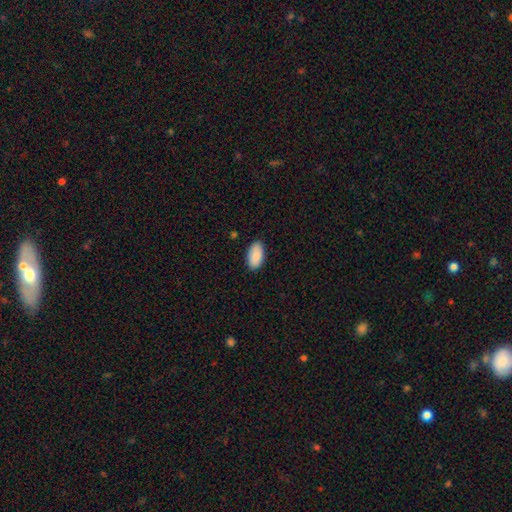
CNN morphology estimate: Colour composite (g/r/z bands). It shows a smooth galaxy with no disk features (90%) that is in between round and cigar-shaped (95%). Merging: none (86%).